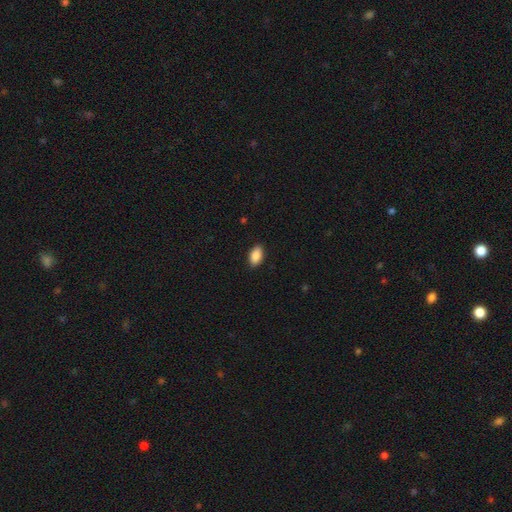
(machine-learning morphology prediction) Q: Smooth or featured?
A: smooth (89%); runner-up: star or artifact (7%)
Q: How rounded?
A: in between (94%); runner-up: round (4%)
Q: Merging?
A: none (89%); runner-up: minor disturbance (9%)